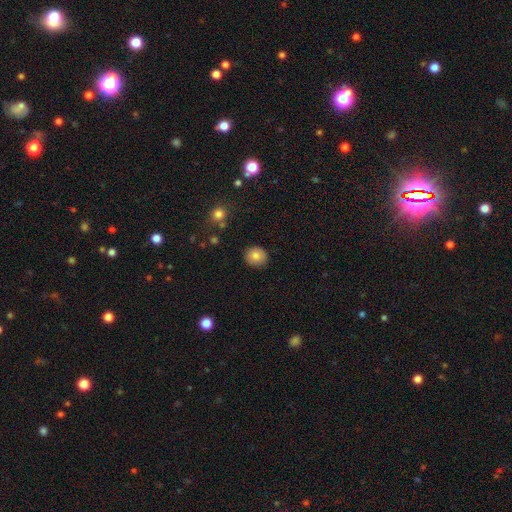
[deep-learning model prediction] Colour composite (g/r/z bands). It shows a smooth galaxy with no disk features (83%) that is round (85%). Merging: none (89%).